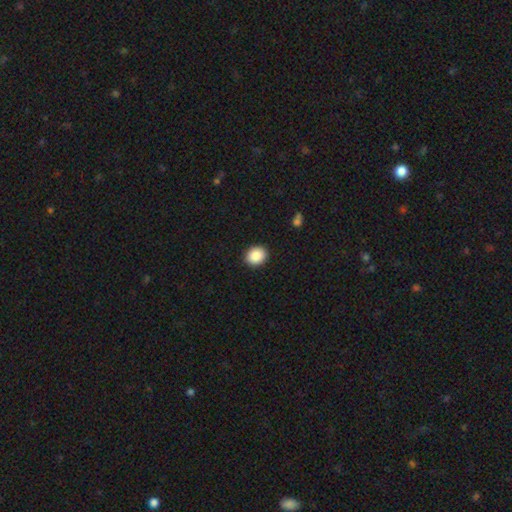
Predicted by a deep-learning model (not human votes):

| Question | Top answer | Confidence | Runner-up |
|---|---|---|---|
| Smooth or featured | smooth | 87% | star or artifact (9%) |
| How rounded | round | 72% | in between (27%) |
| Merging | none | 91% | minor disturbance (6%) |